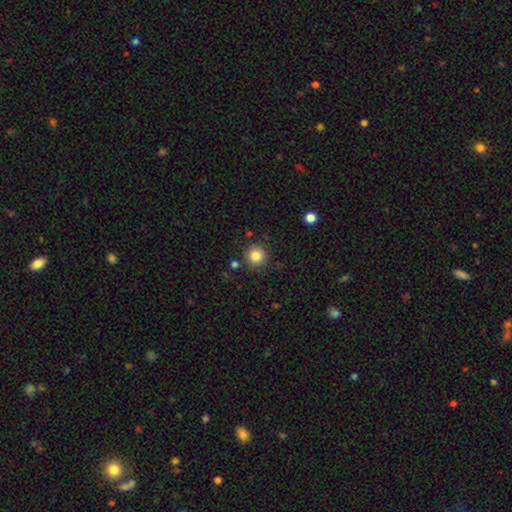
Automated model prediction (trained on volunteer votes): Smooth or featured? smooth (85%)
How rounded? round (93%)
Merging? none (86%)